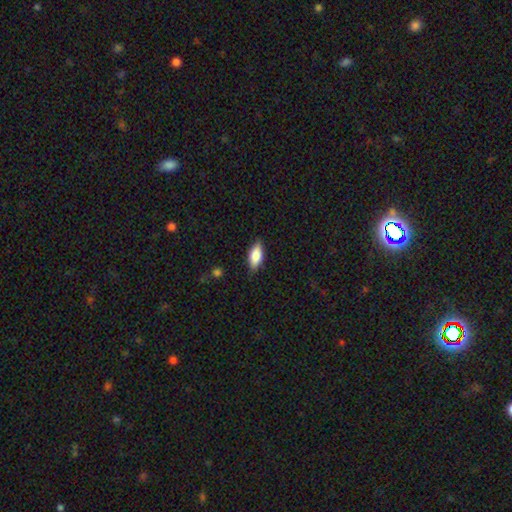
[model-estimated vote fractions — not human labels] smooth-or-featured: smooth: 79% | featured or disk: 14% | star or artifact: 6%
  how-rounded: in between: 85% | cigar-shaped: 13% | round: 3%
  merging: none: 84% | minor disturbance: 12% | major disturbance: 3% | merger: 1%